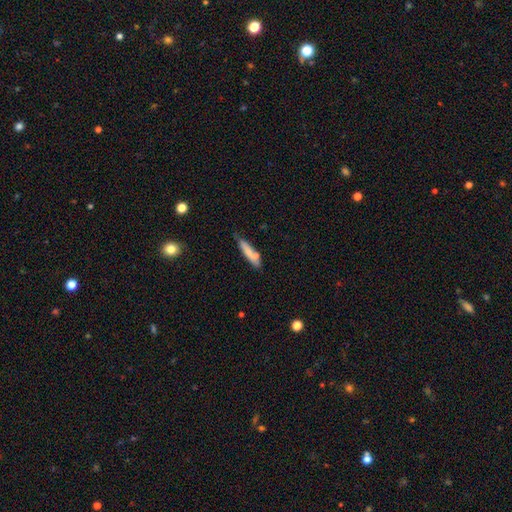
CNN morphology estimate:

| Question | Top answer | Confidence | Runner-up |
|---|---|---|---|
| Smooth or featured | smooth | 74% | featured or disk (19%) |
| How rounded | cigar-shaped | 78% | in between (21%) |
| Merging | none | 65% | minor disturbance (20%) |